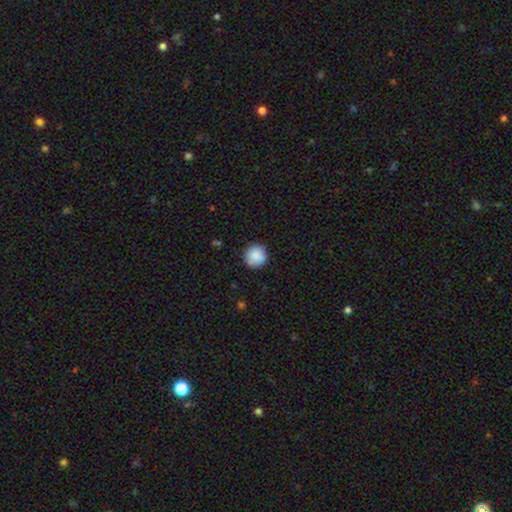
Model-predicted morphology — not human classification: Smooth or featured? Predicted: smooth (p=0.87). How rounded? Predicted: round (p=0.94). Merging? Predicted: none (p=0.85).